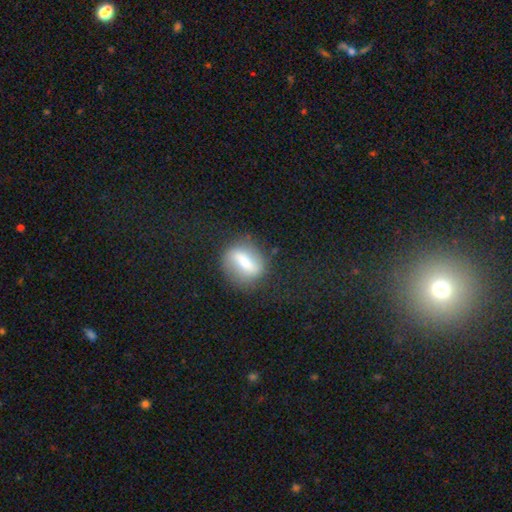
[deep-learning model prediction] Smooth or featured?
  - featured or disk: 44% *
  - smooth: 38%
  - star or artifact: 18%
Merging?
  - none: 70% *
  - minor disturbance: 16%
  - major disturbance: 10%
  - merger: 4%